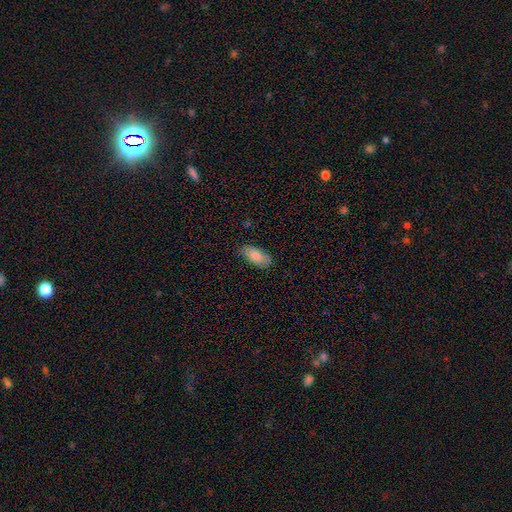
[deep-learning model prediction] This is clearly a smooth galaxy (80%). How rounded: clearly in between (93%). Merging: clearly none (80%).